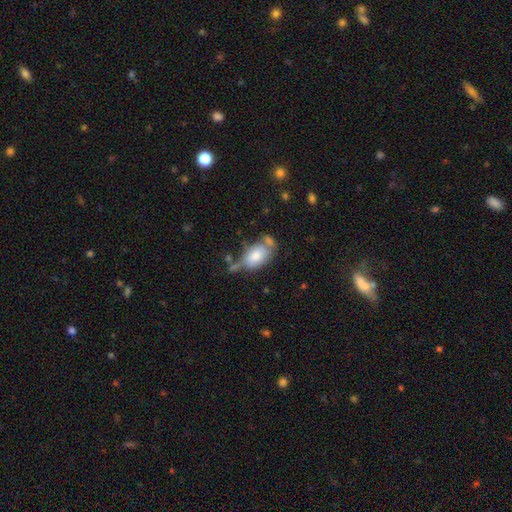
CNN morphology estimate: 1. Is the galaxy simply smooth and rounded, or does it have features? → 76% smooth, 17% featured or disk, 7% star or artifact.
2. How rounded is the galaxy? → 91% in between, 7% round, 2% cigar-shaped.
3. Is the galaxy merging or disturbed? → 42% none, 25% minor disturbance, 21% merger, 12% major disturbance.